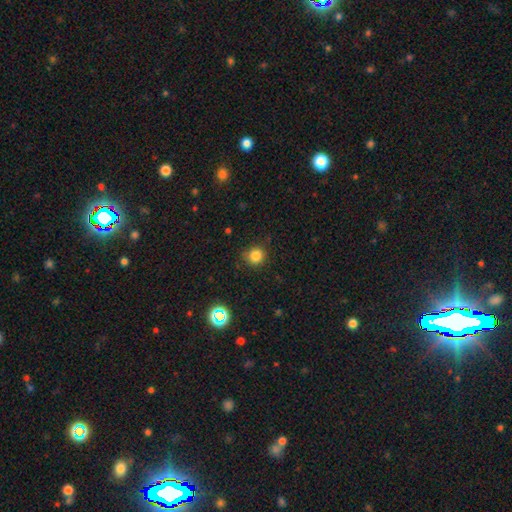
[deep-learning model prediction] Overall: smooth (81%). How rounded: round (90%). Merging: none (83%).